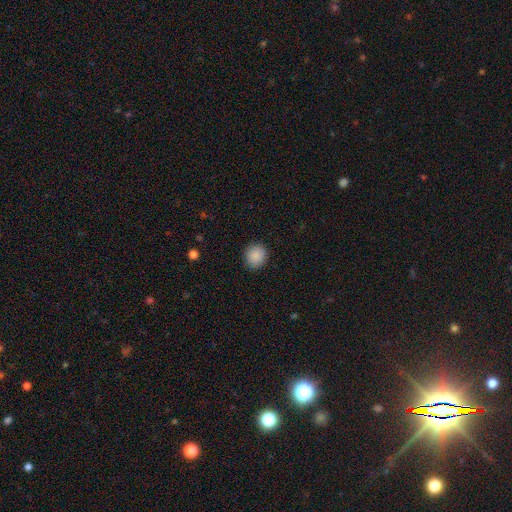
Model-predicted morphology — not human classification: Smooth or featured? Predicted: smooth (p=0.89). How rounded? Predicted: round (p=0.88). Merging? Predicted: none (p=0.91).